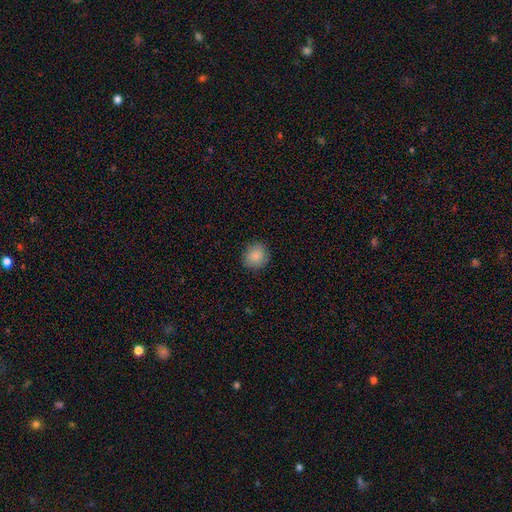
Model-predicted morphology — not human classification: Smooth or featured? Predicted: smooth (p=0.86). How rounded? Predicted: round (p=0.88). Merging? Predicted: none (p=0.87).